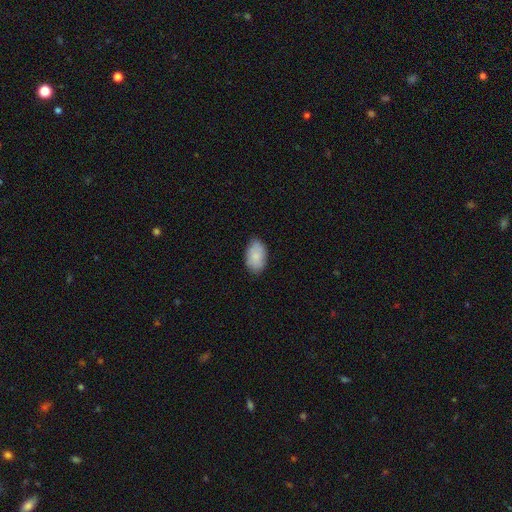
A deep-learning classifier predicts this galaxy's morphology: Smooth or featured? Predicted: smooth (p=0.85). How rounded? Predicted: in between (p=0.92). Merging? Predicted: none (p=0.80).